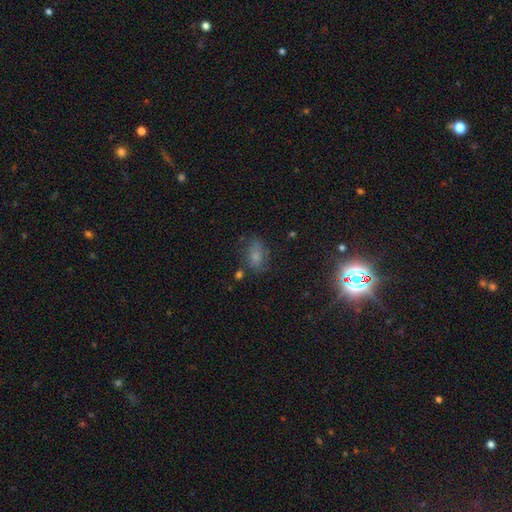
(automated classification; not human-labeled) Morphology: type=smooth (63%); roundness=in between (81%); merging=none (60%).